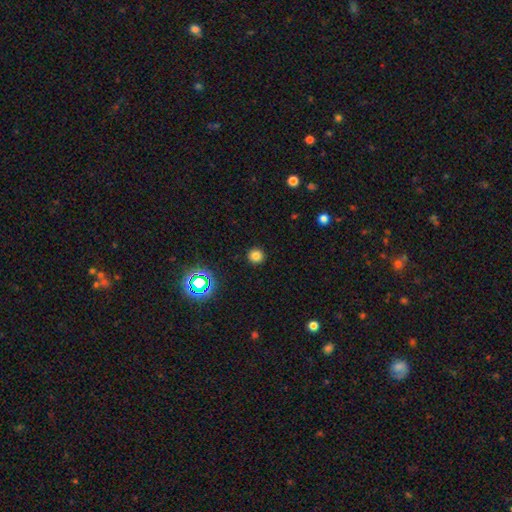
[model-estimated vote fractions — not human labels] Smooth or featured? smooth (78%)
How rounded? round (92%)
Merging? none (91%)